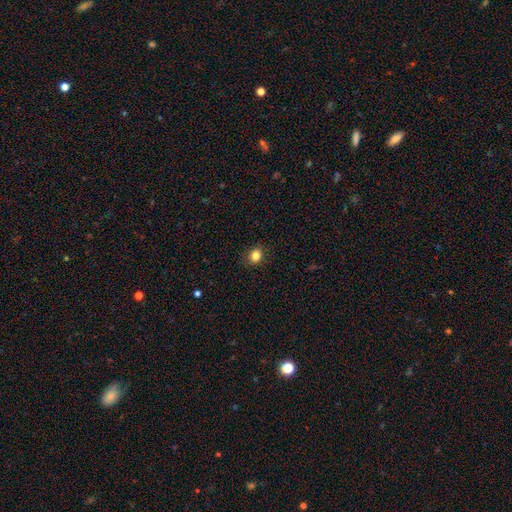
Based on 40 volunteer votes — A smooth galaxy with no disk features (90%) that is round (50%, tied with in between).

Vote fractions:
- Smooth or featured? smooth: 90% / featured or disk: 8% / star or artifact: 2%
- How rounded? round: 50% (tied) / in between: 50% (tied) / cigar-shaped: 0%
- Merging? none: 92% / minor disturbance: 8% / major disturbance: 0% / merger: 0%